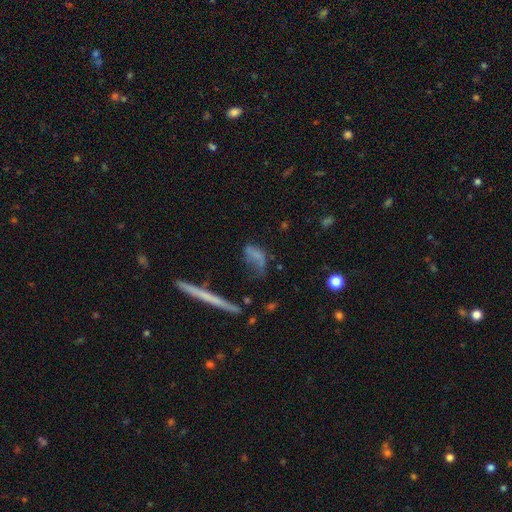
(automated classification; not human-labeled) Smooth or featured? smooth (51%)
How rounded? in between (58%)
Merging? none (38%)